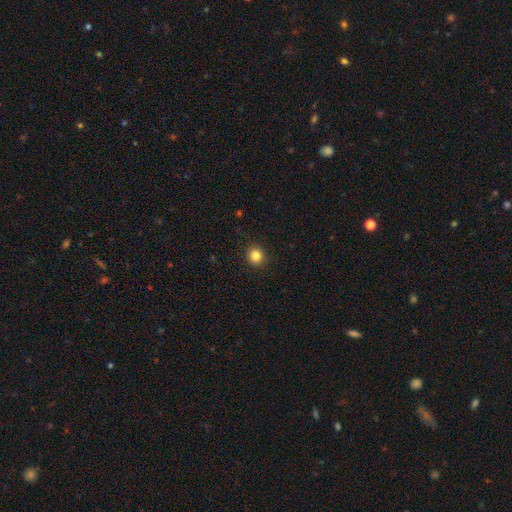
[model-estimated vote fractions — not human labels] Smooth or featured? smooth (84%)
How rounded? round (92%)
Merging? none (92%)